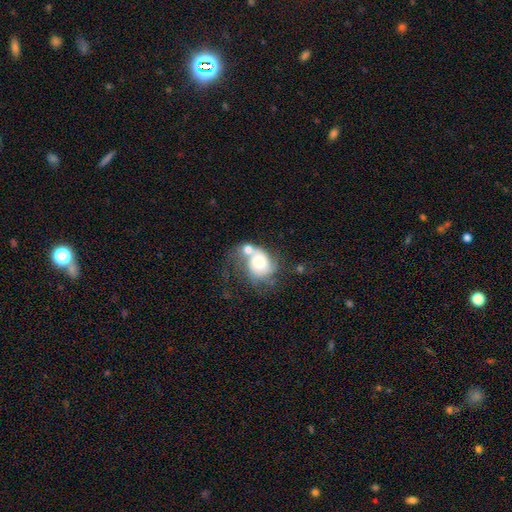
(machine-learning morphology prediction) Smooth or featured? smooth (48%)
Merging? merger (43%)